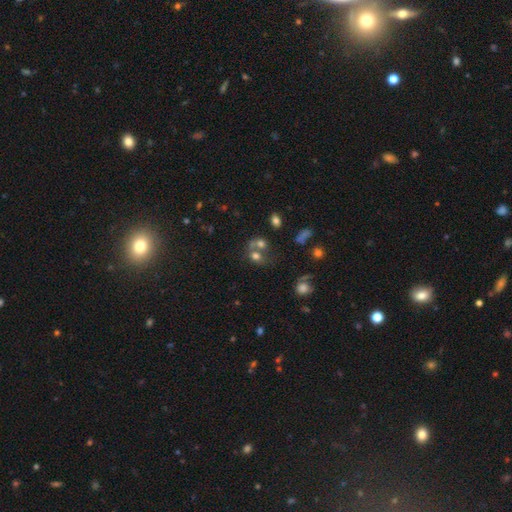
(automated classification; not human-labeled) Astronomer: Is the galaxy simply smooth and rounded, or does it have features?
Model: smooth — 51% (runner-up: star or artifact, 29%).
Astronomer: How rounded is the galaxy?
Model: round — 63%.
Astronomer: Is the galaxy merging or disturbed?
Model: merger — 50% (runner-up: none, 33%).